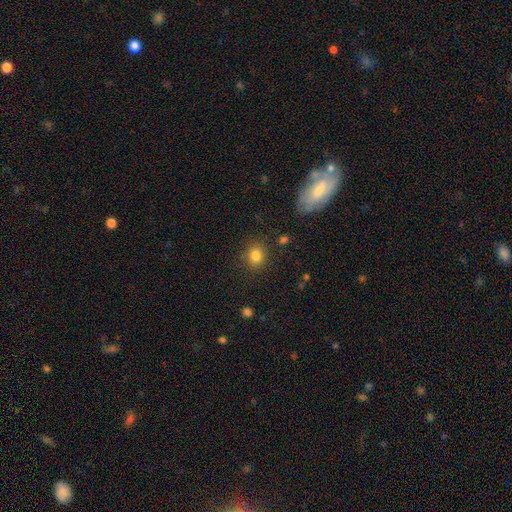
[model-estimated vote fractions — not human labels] The model was most divided on "how rounded": round: 77%, in between: 22%, cigar-shaped: 1%. More confident: merging — none (86%); smooth or featured — smooth (83%).